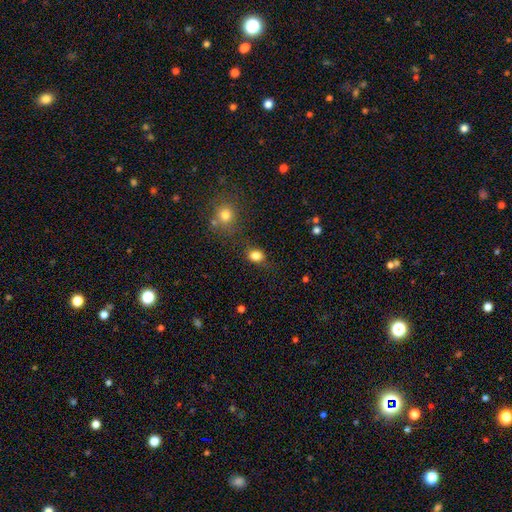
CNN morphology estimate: Smooth or featured? Predicted: smooth (p=0.82). How rounded? Predicted: round (p=0.58). Merging? Predicted: none (p=0.70).